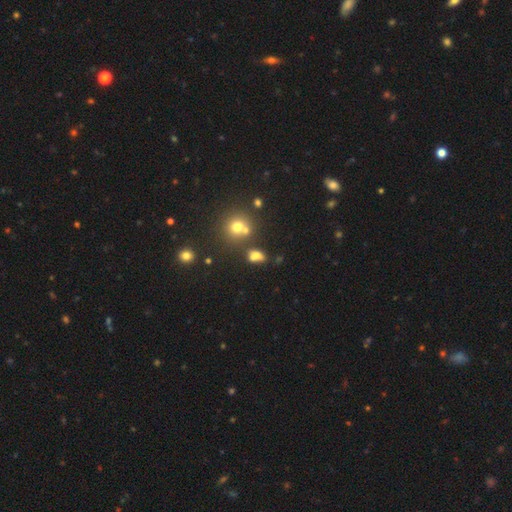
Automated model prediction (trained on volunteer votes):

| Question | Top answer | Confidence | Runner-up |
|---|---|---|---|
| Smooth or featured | smooth | 71% | star or artifact (19%) |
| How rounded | in between | 75% | round (21%) |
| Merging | none | 51% | merger (26%) |